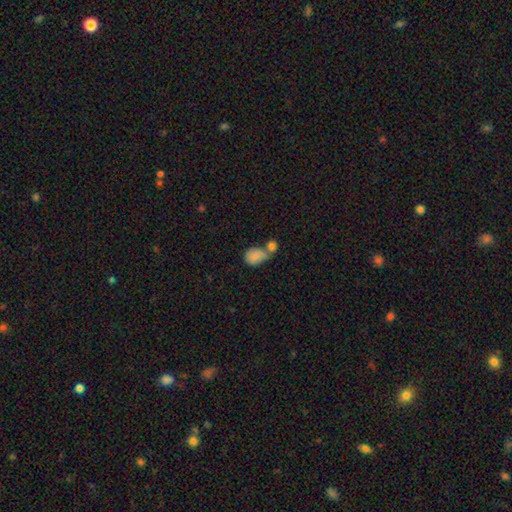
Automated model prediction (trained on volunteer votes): This appears to be a smooth galaxy with no disk features (82%) that is in between round and cigar-shaped (68%). Merging: merger (61%).